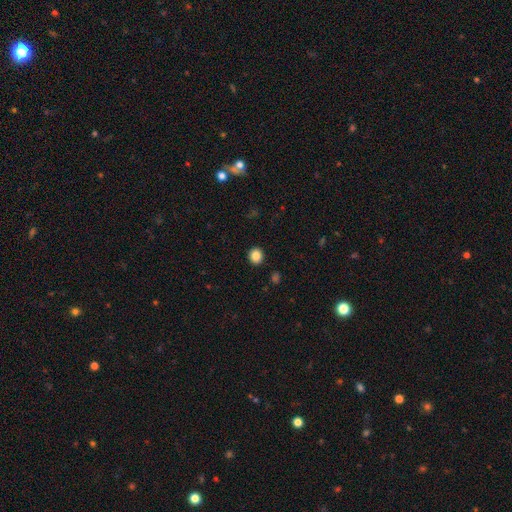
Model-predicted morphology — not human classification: smooth_or_featured: smooth (p=0.86) [alt: star or artifact p=0.10]
how_rounded: round (p=0.87) [alt: in between p=0.12]
merging: none (p=0.92) [alt: minor disturbance p=0.05]